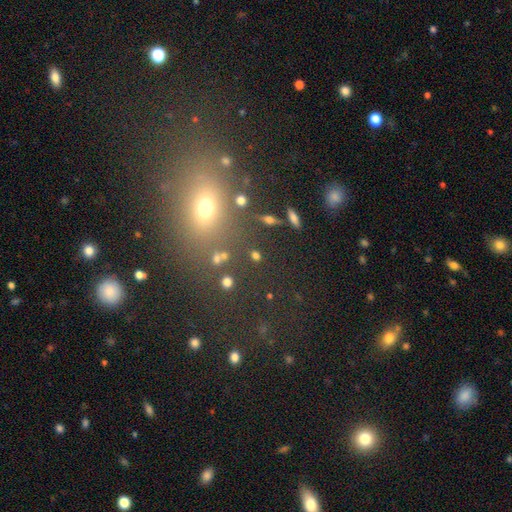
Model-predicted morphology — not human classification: Smooth or featured? Predicted: smooth (p=0.54). How rounded? Predicted: round (p=0.62). Merging? Predicted: none (p=0.79).